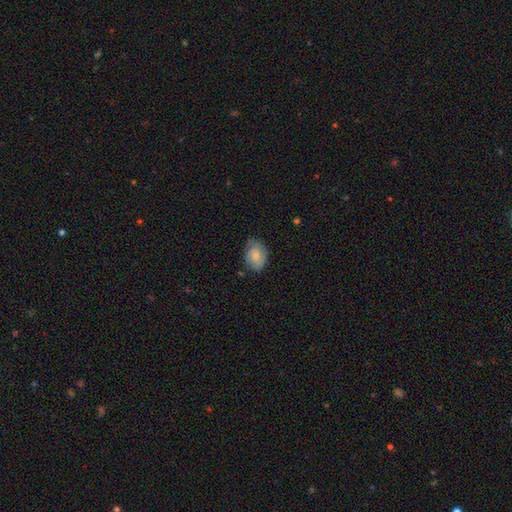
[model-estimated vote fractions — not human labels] Smooth or featured: smooth — 68% (featured or disk — 25%)
How rounded: in between — 74% (round — 25%)
Merging: none — 67% (minor disturbance — 25%)